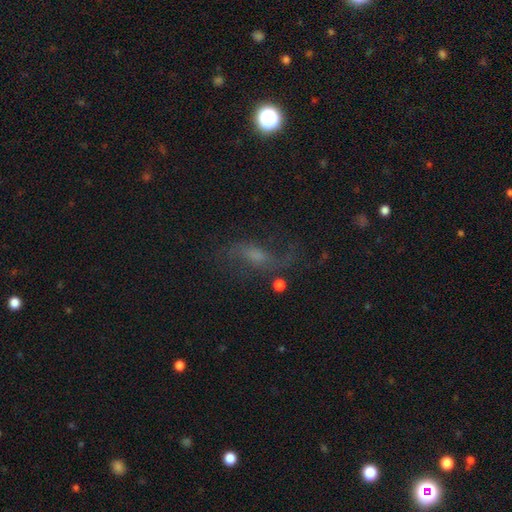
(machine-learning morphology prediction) Smooth or featured? featured or disk (61%)
Edge-on disk? no (89%)
Bar? no (45%)
Spiral arms? yes (84%)
Bulge size? moderate (35%)
Merging? none (60%)